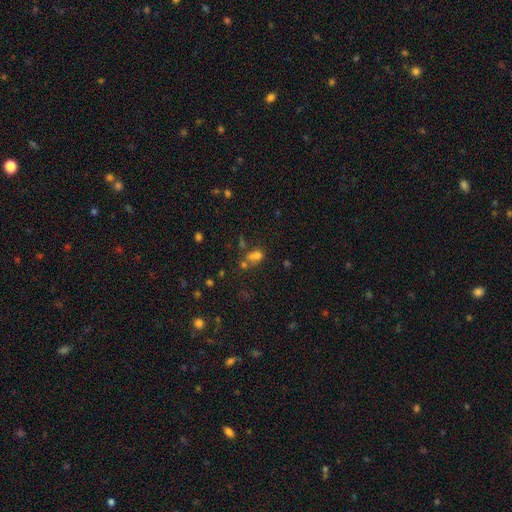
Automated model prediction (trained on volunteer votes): The model was most divided on "merging": merger: 50%, none: 33%, minor disturbance: 10%, major disturbance: 7%. More confident: smooth or featured — smooth (63%); how rounded — round (58%).